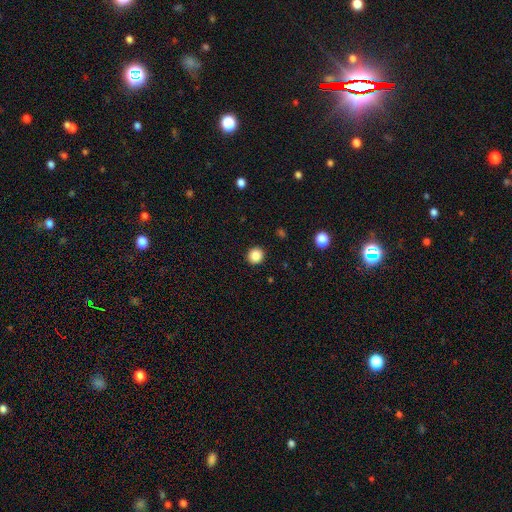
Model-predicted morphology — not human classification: type=smooth (87%); roundness=round (91%); merging=none (92%).